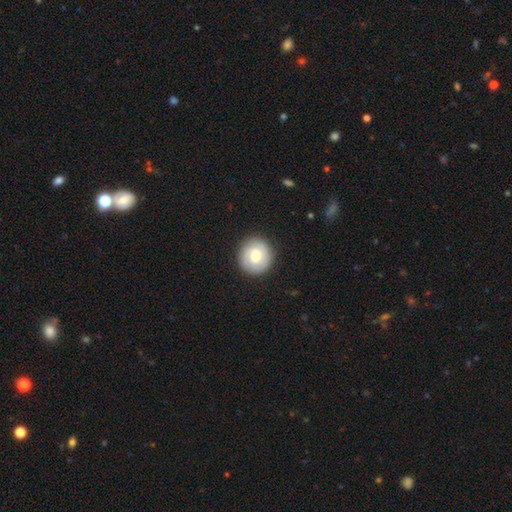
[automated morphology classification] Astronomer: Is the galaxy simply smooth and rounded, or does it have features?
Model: smooth — 52% (runner-up: featured or disk, 42%).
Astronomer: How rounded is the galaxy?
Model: round — 91%.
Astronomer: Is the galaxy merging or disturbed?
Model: none — 89%.